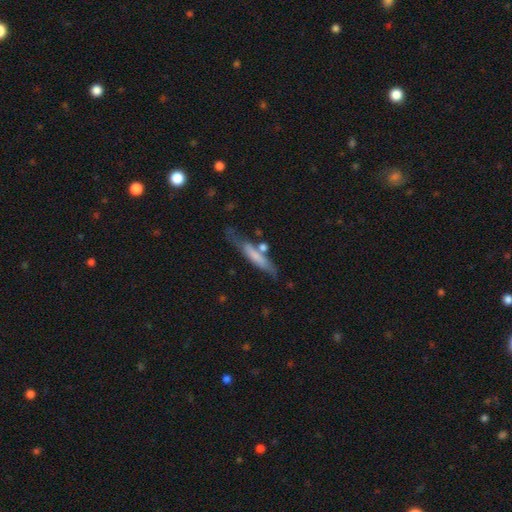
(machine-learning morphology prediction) Q: Smooth or featured?
A: smooth (58%); runner-up: featured or disk (36%)
Q: How rounded?
A: cigar-shaped (86%); runner-up: in between (12%)
Q: Merging?
A: none (55%); runner-up: minor disturbance (23%)